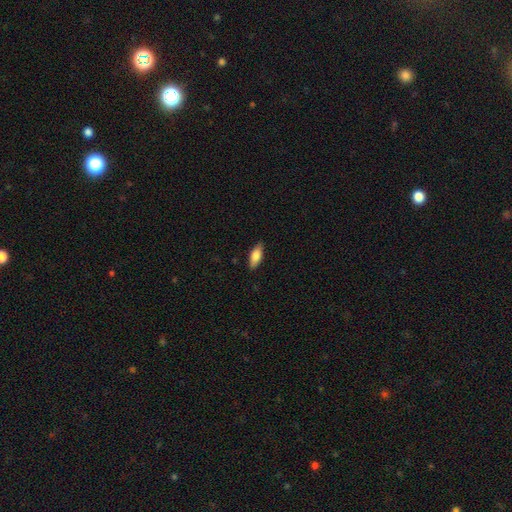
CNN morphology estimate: A smooth galaxy with no disk features (77%) that is in between round and cigar-shaped (76%).

Vote fractions:
- Smooth or featured? smooth: 77% / featured or disk: 17% / star or artifact: 6%
- How rounded? in between: 76% / cigar-shaped: 21% / round: 2%
- Merging? none: 86% / minor disturbance: 11% / major disturbance: 2% / merger: 1%